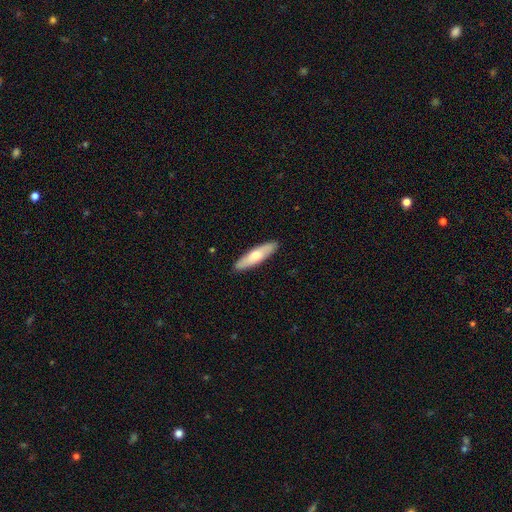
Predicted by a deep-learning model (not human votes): Smooth or featured?
  - smooth: 62% *
  - featured or disk: 33%
  - star or artifact: 5%
How rounded?
  - cigar-shaped: 69% *
  - in between: 30%
  - round: 2%
Merging?
  - none: 90% *
  - minor disturbance: 8%
  - major disturbance: 1%
  - merger: 1%